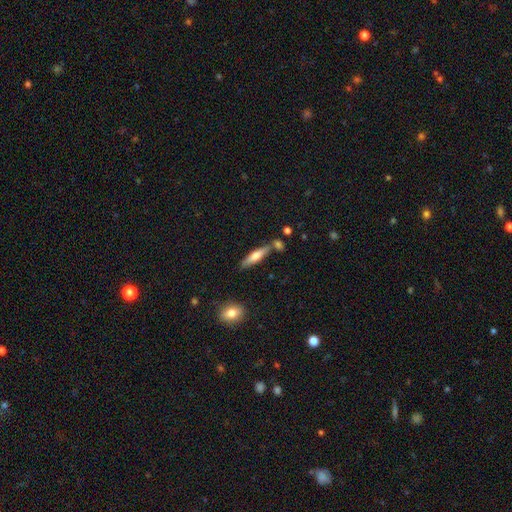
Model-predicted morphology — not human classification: smooth 57%, featured or disk 37%, star or artifact 6%. Down the decision tree: how rounded — cigar-shaped (78%); merging — none (73%).